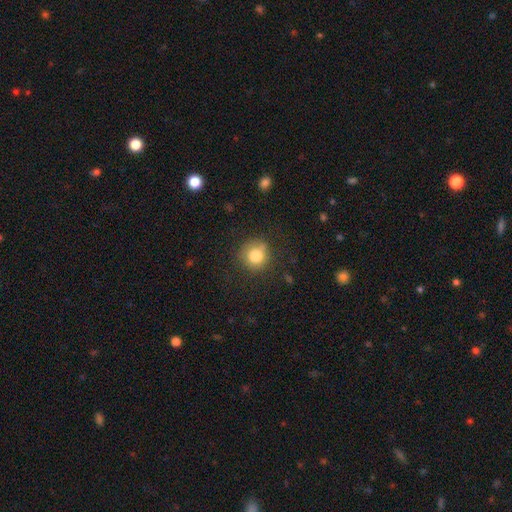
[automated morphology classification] smooth-or-featured: smooth: 81% | star or artifact: 10% | featured or disk: 8%
  how-rounded: round: 90% | in between: 9% | cigar-shaped: 1%
  merging: none: 75% | minor disturbance: 16% | major disturbance: 5% | merger: 3%